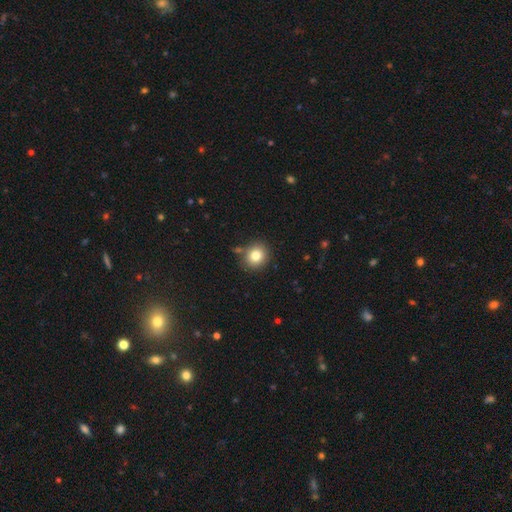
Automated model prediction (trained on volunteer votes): Smooth or featured: smooth — 81% (star or artifact — 11%)
How rounded: round — 81% (in between — 19%)
Merging: none — 83% (minor disturbance — 10%)